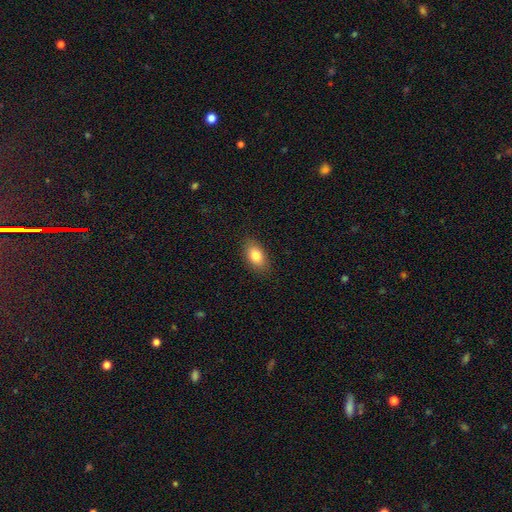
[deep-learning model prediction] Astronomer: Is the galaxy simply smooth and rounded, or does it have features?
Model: smooth — 82%.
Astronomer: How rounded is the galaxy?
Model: in between — 89%.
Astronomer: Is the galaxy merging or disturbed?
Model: none — 86%.